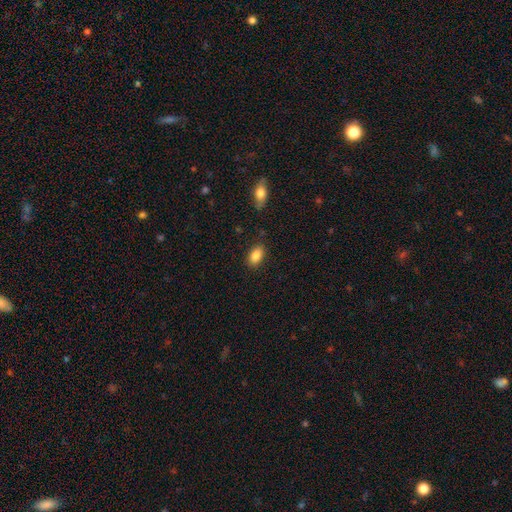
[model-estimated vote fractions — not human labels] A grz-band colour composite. It shows a smooth galaxy with no disk features (86%) that is in between round and cigar-shaped (90%). Merging: none (84%).